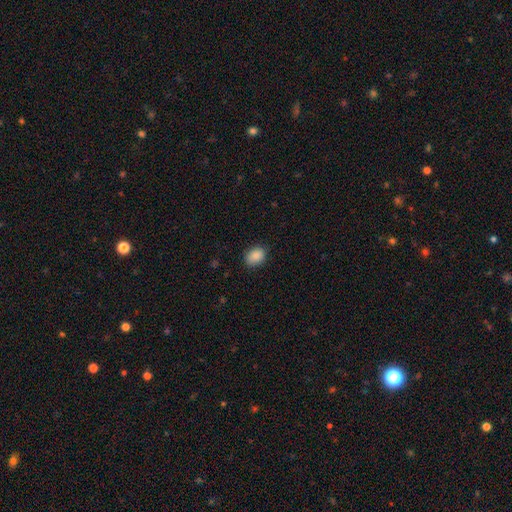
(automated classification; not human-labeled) Smooth or featured?
  - smooth: 88% *
  - star or artifact: 8%
  - featured or disk: 4%
How rounded?
  - in between: 66% *
  - round: 33%
  - cigar-shaped: 1%
Merging?
  - none: 83% *
  - minor disturbance: 13%
  - major disturbance: 3%
  - merger: 1%